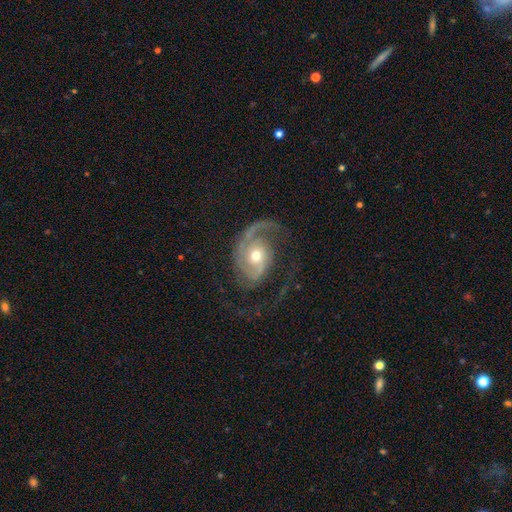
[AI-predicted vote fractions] Q: Smooth or featured?
A: featured or disk (88%); runner-up: smooth (7%)
Q: Edge-on disk?
A: no (97%); runner-up: yes (3%)
Q: Bar?
A: no (72%); runner-up: weak (22%)
Q: Spiral arms?
A: yes (96%); runner-up: no (4%)
Q: Spiral winding?
A: medium (42%); runner-up: tight (32%)
Q: Spiral arm count?
A: 1 (46%); runner-up: 2 (38%)
Q: Bulge size?
A: moderate (61%); runner-up: small (33%)
Q: Merging?
A: none (51%); runner-up: major disturbance (29%)